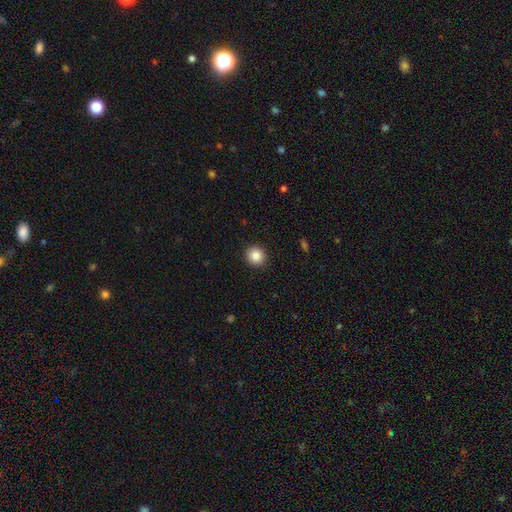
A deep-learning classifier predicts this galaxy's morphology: Q: Smooth or featured?
A: smooth (86%); runner-up: star or artifact (9%)
Q: How rounded?
A: round (92%); runner-up: in between (7%)
Q: Merging?
A: none (92%); runner-up: minor disturbance (5%)